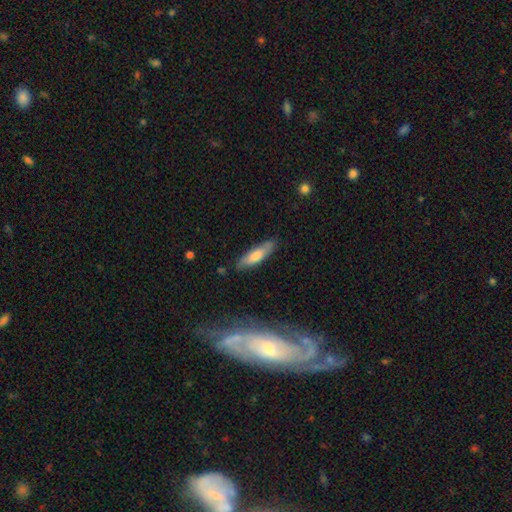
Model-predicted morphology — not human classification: Overall: smooth (62%; featured or disk 32%). How rounded: cigar-shaped (67%; in between 31%). Merging: none (81%).